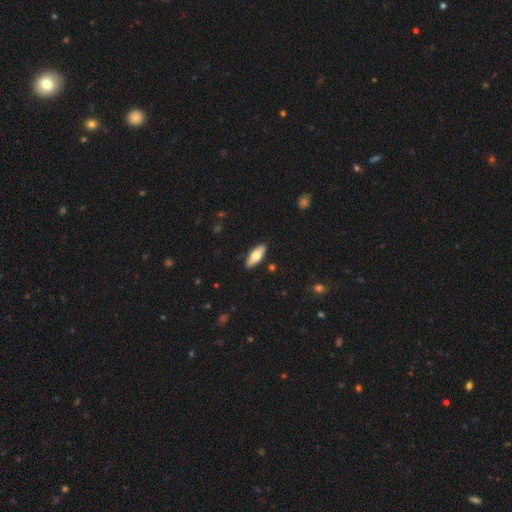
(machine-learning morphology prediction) This appears to be a smooth galaxy with no disk features (62%) that is in between round and cigar-shaped (67%). Merging: none (89%).